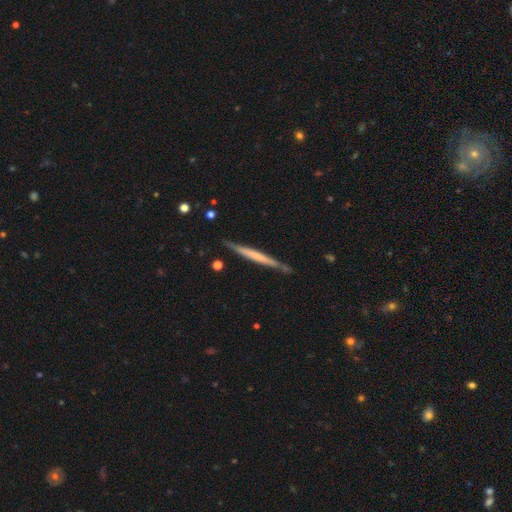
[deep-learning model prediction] Smooth or featured?
  - featured or disk: 51% *
  - smooth: 44%
  - star or artifact: 5%
Edge-on disk?
  - yes: 97% *
  - no: 3%
Merging?
  - none: 84% *
  - minor disturbance: 12%
  - merger: 2%
  - major disturbance: 2%